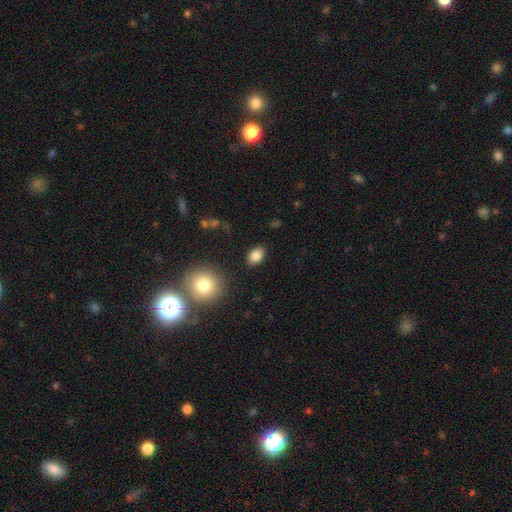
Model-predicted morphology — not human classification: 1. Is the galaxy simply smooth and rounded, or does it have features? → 85% smooth, 9% star or artifact, 5% featured or disk.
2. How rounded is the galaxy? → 80% in between, 19% round, 1% cigar-shaped.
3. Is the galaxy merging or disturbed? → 87% none, 9% minor disturbance, 3% major disturbance, 2% merger.